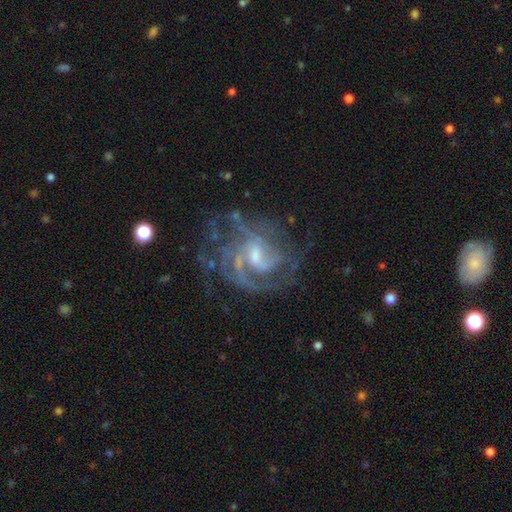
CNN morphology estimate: Smooth or featured: featured or disk — 88% (star or artifact — 6%)
Edge-on disk: no — 98% (yes — 2%)
Bar: weak — 55% (no — 28%)
Spiral arms: yes — 95% (no — 5%)
Spiral winding: medium — 46% (tight — 42%)
Spiral arm count: can't tell — 27% (2 — 26%)
Bulge size: moderate — 46% (small — 40%)
Merging: none — 61% (major disturbance — 19%)